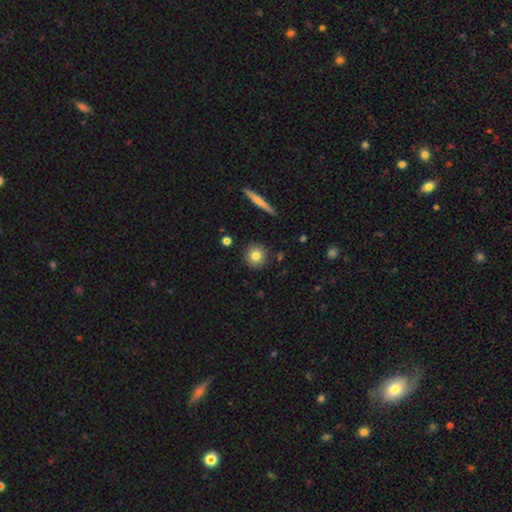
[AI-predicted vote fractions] smooth-or-featured: smooth: 80% | featured or disk: 11% | star or artifact: 9%
  how-rounded: round: 90% | in between: 9% | cigar-shaped: 2%
  merging: none: 90% | minor disturbance: 7% | merger: 2% | major disturbance: 2%